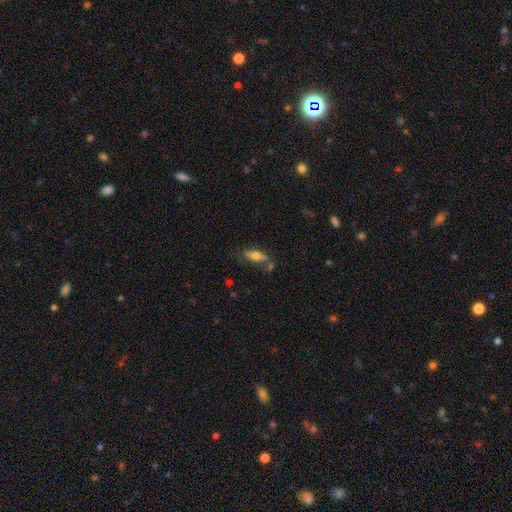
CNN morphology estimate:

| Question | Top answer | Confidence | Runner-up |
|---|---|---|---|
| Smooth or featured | smooth | 61% | featured or disk (32%) |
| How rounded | in between | 63% | cigar-shaped (34%) |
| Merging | none | 56% | minor disturbance (20%) |